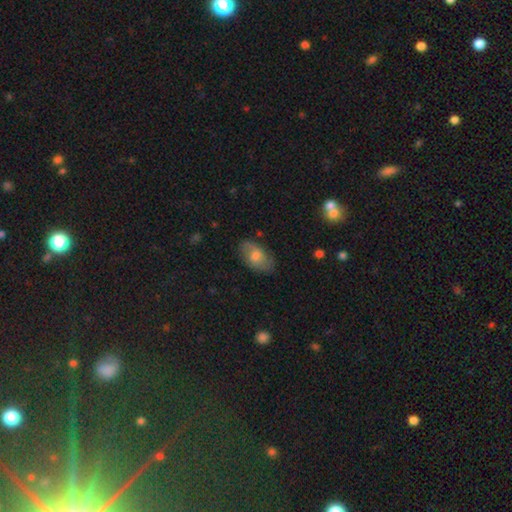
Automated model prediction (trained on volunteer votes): Smooth or featured: smooth — 57% (featured or disk — 35%)
How rounded: in between — 90% (round — 8%)
Merging: none — 77% (minor disturbance — 17%)